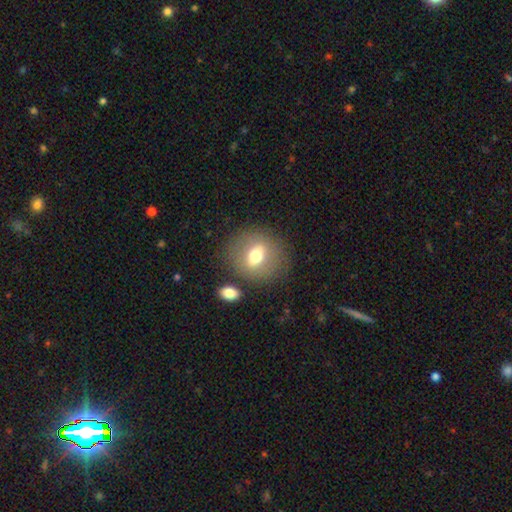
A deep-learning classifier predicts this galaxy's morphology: Smooth or featured? Predicted: smooth (p=0.60). How rounded? Predicted: round (p=0.64). Merging? Predicted: none (p=0.78).